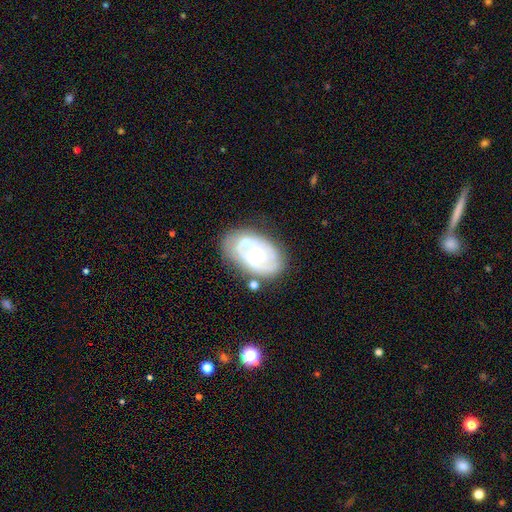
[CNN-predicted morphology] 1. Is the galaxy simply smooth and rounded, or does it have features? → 82% featured or disk, 13% smooth, 5% star or artifact.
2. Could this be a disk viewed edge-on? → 96% no, 4% yes.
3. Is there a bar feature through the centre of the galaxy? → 65% no, 27% weak, 8% strong.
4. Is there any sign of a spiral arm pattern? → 87% yes, 13% no.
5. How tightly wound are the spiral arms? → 59% tight, 32% medium, 9% loose.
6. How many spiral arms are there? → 43% 2, 26% can't tell, 19% 3, 6% 1, 4% 4, 3% more than 4.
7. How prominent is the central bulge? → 54% moderate, 42% small, 3% large, 1% none, 1% dominant.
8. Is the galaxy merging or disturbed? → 68% none, 20% minor disturbance, 8% major disturbance, 4% merger.